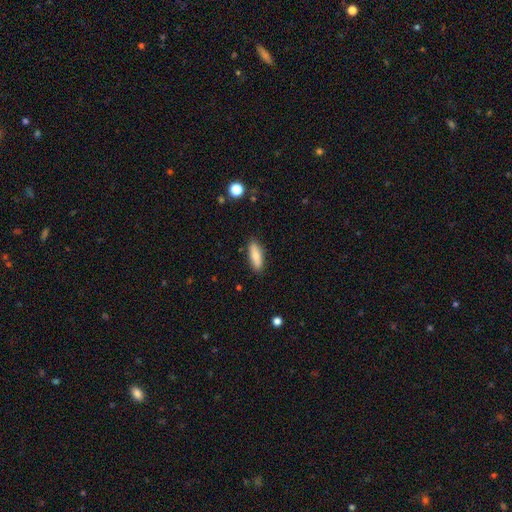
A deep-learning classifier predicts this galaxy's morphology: This is clearly a smooth galaxy (82%). How rounded: possibly in between (59%). Merging: clearly none (87%).